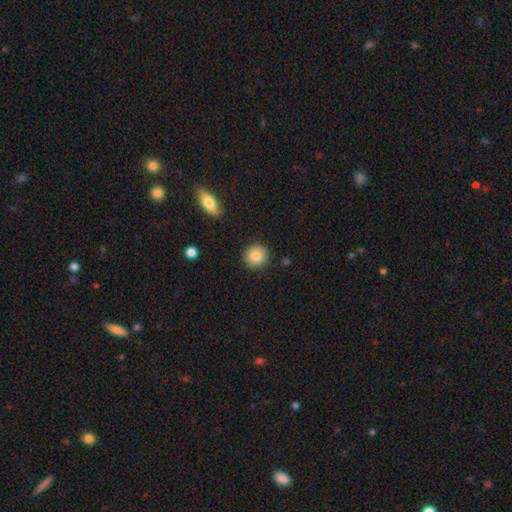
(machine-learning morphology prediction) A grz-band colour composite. It shows a smooth galaxy with no disk features (86%) that is round (91%). Merging: none (90%).